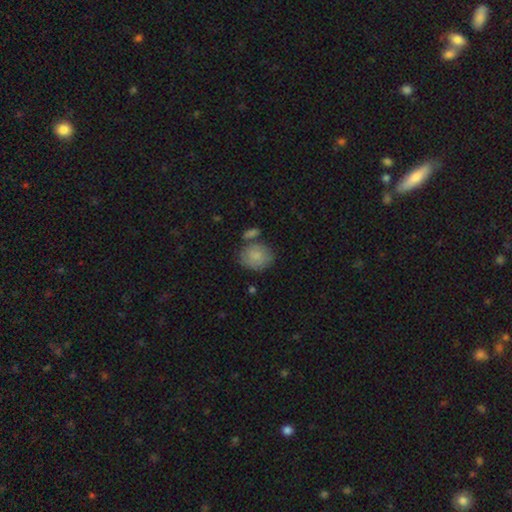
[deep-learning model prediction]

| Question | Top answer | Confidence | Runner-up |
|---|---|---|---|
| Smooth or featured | smooth | 84% | featured or disk (10%) |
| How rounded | round | 60% | in between (39%) |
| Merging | none | 62% | minor disturbance (18%) |